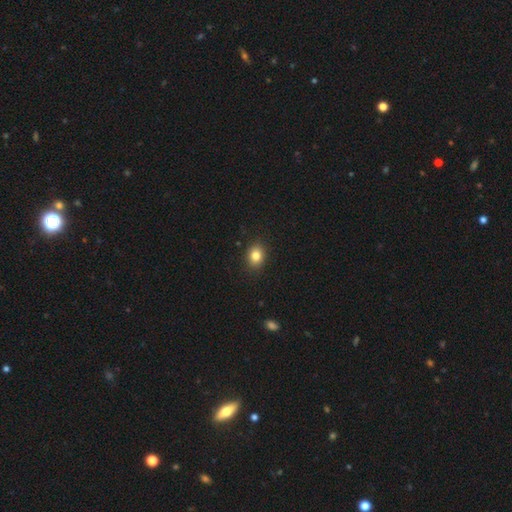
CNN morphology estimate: smooth-or-featured: smooth: 82% | star or artifact: 11% | featured or disk: 7%
  how-rounded: in between: 52% | round: 47% | cigar-shaped: 1%
  merging: none: 88% | minor disturbance: 8% | major disturbance: 2% | merger: 1%